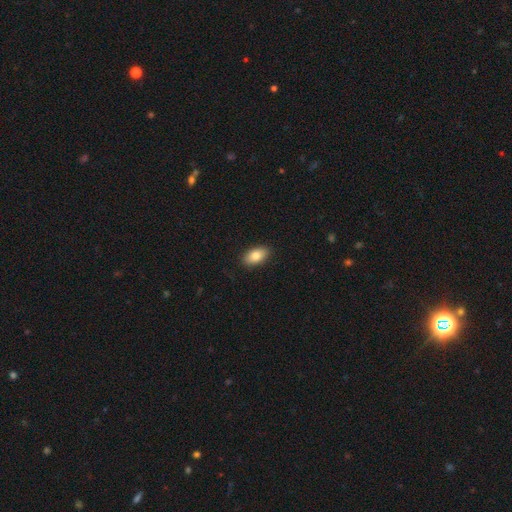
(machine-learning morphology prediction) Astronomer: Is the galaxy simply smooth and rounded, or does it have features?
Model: smooth — 84%.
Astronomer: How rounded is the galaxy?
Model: in between — 92%.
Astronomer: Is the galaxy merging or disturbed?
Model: none — 89%.